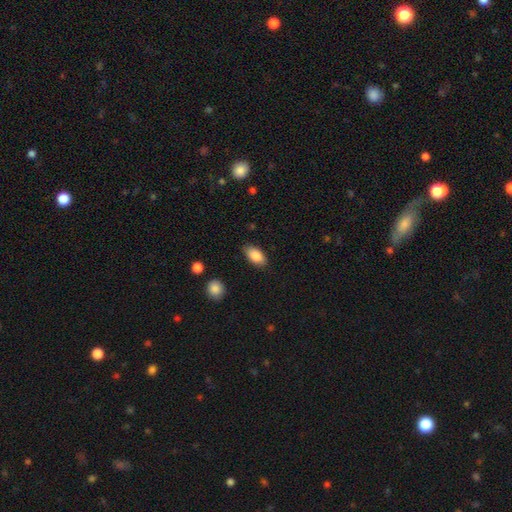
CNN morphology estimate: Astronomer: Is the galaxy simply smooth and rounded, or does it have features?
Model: smooth — 87%.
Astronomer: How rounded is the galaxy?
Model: in between — 92%.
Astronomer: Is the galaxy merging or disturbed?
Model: none — 84%.